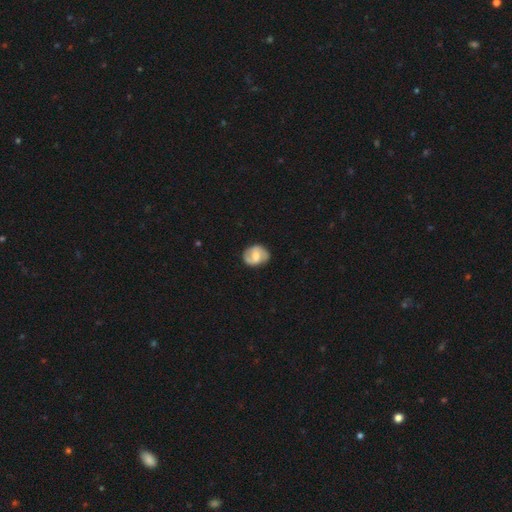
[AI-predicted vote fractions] A featured or disk galaxy (56%) with a weak bar (49%), spiral arms (83%) and a moderate central bulge (54%). Merging: none (80%).